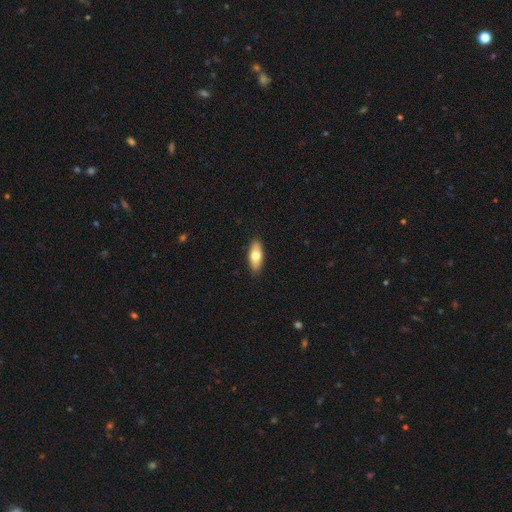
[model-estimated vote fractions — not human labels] Smooth or featured?
  - smooth: 69% *
  - featured or disk: 25%
  - star or artifact: 6%
How rounded?
  - in between: 79% *
  - cigar-shaped: 19%
  - round: 3%
Merging?
  - none: 89% *
  - minor disturbance: 8%
  - major disturbance: 2%
  - merger: 1%